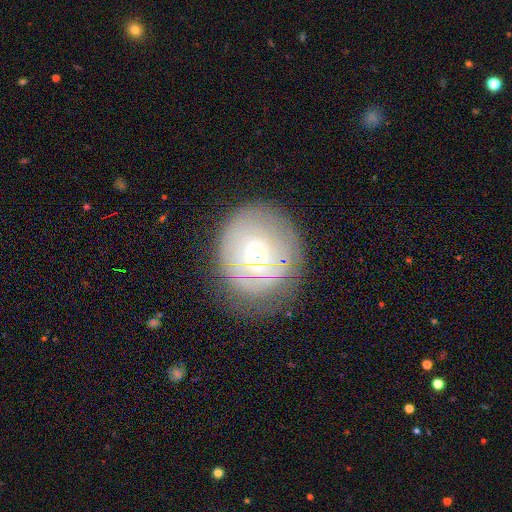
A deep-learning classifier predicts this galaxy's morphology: This is possibly a featured or disk galaxy (53%). It is clearly not viewed edge-on (96%). Bar: likely no (74%). Spiral arm pattern: possibly yes (52%). Central bulge: possibly moderate (60%). Merging: likely none (65%).